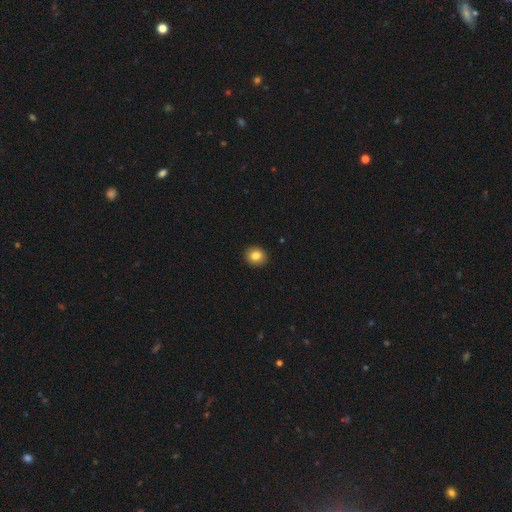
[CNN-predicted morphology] The model was most divided on "how rounded": round: 77%, in between: 22%, cigar-shaped: 1%. More confident: merging — none (92%); smooth or featured — smooth (84%).